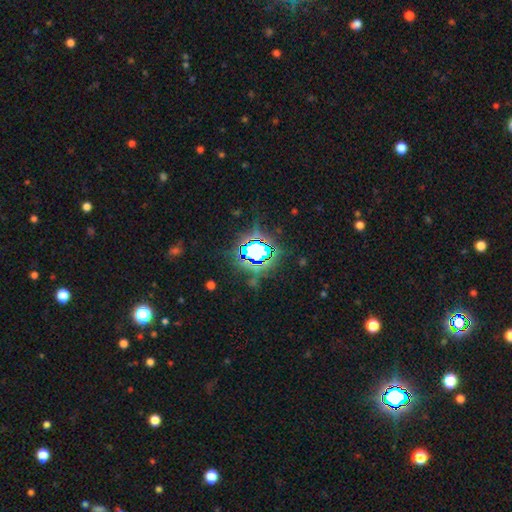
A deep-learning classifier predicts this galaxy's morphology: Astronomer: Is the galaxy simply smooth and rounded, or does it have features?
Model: star or artifact — 74%.